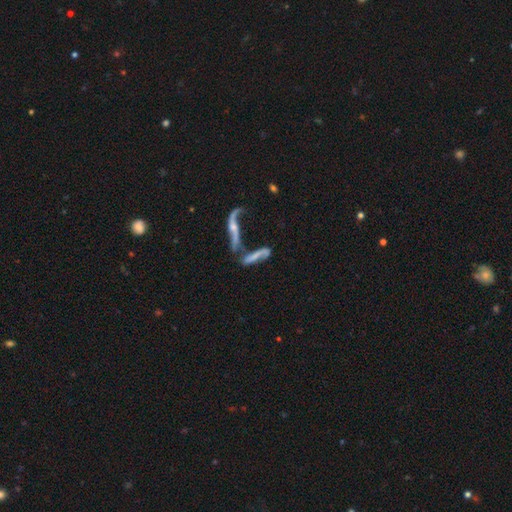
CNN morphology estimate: Smooth or featured? featured or disk (54%)
Edge-on disk? no (64%)
Merging? merger (52%)